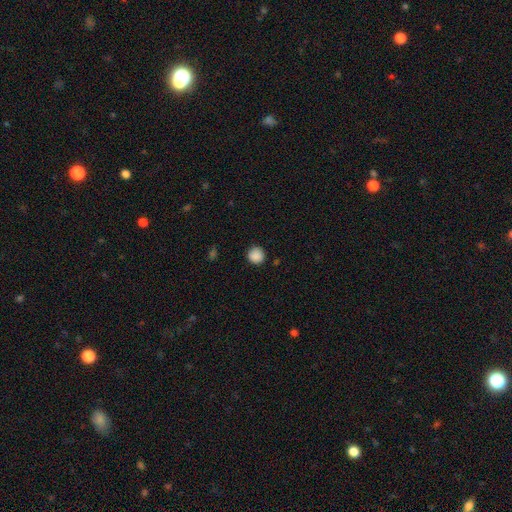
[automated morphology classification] Smooth or featured: smooth — 88% (star or artifact — 9%)
How rounded: round — 93% (in between — 6%)
Merging: none — 87% (minor disturbance — 9%)